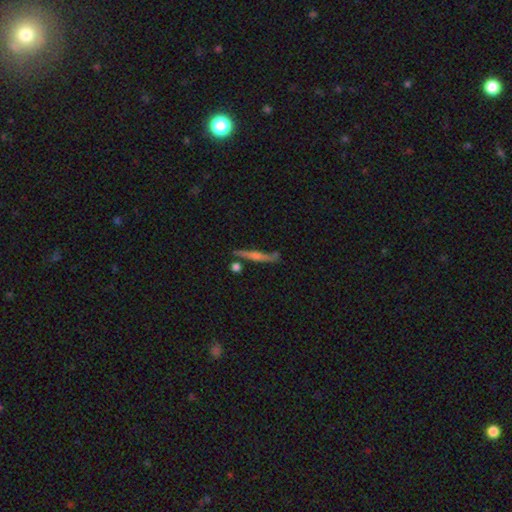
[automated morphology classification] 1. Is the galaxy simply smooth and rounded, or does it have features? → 69% featured or disk, 21% smooth, 10% star or artifact.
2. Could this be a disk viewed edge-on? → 94% yes, 6% no.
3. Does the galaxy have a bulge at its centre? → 74% rounded, 16% none, 9% boxy.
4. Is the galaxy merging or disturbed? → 79% none, 13% minor disturbance, 5% merger, 4% major disturbance.